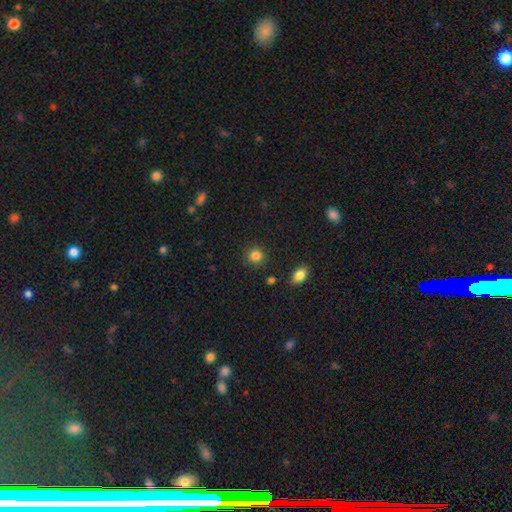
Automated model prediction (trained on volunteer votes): Smooth or featured: smooth — 85% (star or artifact — 11%)
How rounded: round — 88% (in between — 11%)
Merging: none — 88% (minor disturbance — 8%)